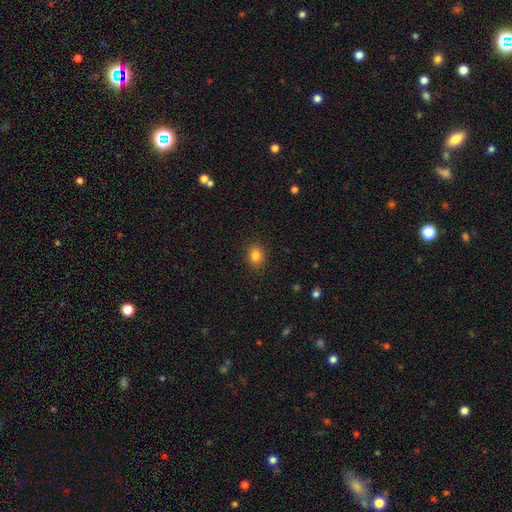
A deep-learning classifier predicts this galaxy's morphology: Overall: smooth (83%). How rounded: round (67%; in between 32%). Merging: none (90%).